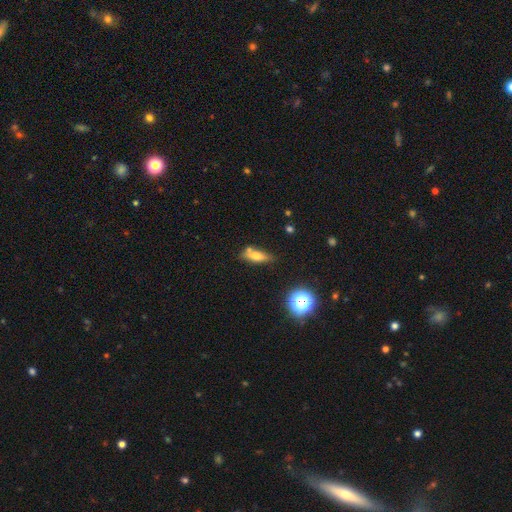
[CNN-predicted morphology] type=smooth (65%); roundness=in between (57%); merging=none (55%).